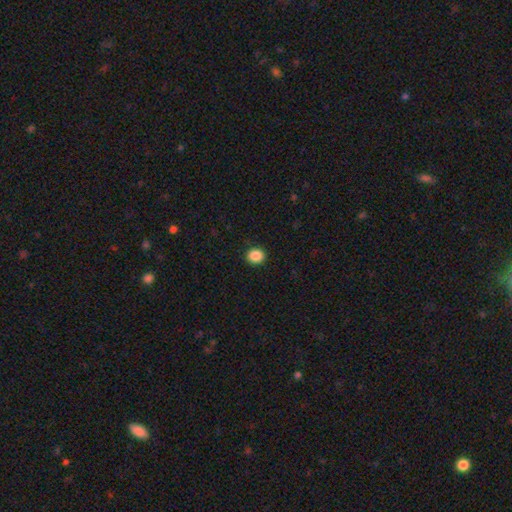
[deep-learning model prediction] Smooth or featured: smooth — 88% (star or artifact — 9%)
How rounded: round — 75% (in between — 24%)
Merging: none — 92% (minor disturbance — 6%)